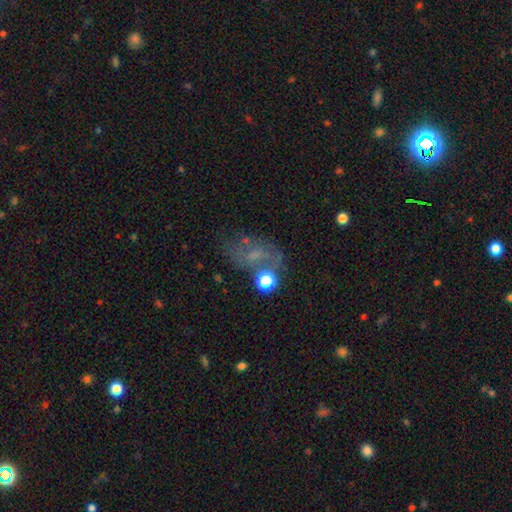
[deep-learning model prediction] A featured or disk galaxy (38%).

Vote fractions:
- Smooth or featured? featured or disk: 38% / smooth: 36% / star or artifact: 26%
- Merging? none: 52% / minor disturbance: 20% / major disturbance: 19% / merger: 9%